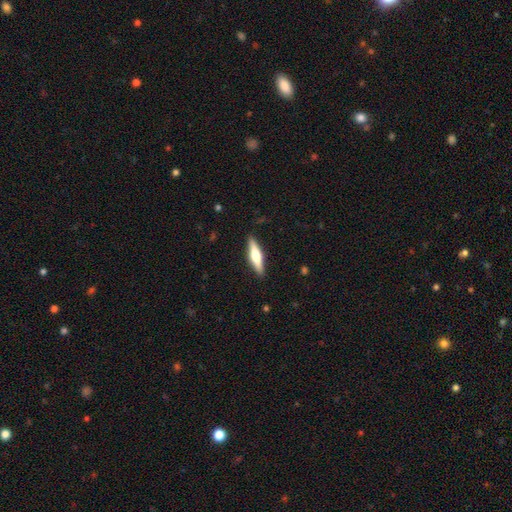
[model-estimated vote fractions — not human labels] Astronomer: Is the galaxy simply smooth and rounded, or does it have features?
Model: featured or disk — 52% (runner-up: smooth, 43%).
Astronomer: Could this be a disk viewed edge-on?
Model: yes — 96%.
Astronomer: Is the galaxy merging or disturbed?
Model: none — 90%.